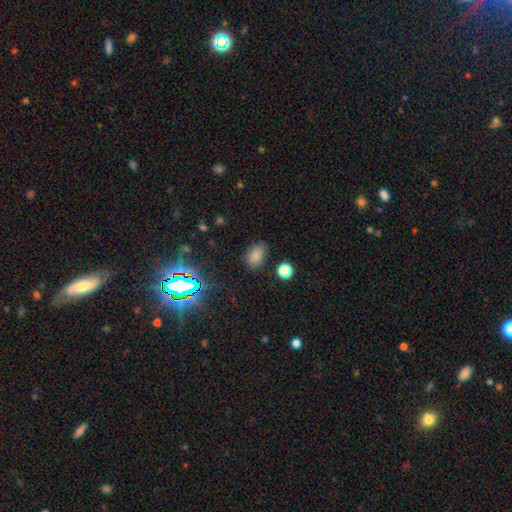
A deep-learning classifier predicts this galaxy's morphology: Smooth or featured? smooth (76%)
How rounded? in between (81%)
Merging? none (76%)